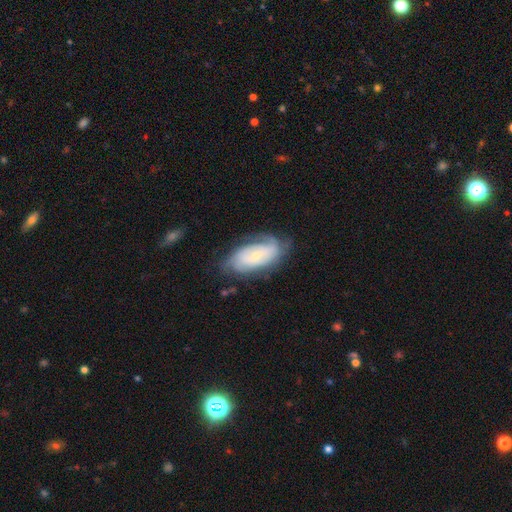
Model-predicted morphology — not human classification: featured or disk 72%, smooth 22%, star or artifact 6%. Down the decision tree: edge-on disk — no (94%); bar — no (72%); spiral arms — yes (88%); spiral arm count — can't tell (45%); spiral winding — tight (60%); bulge size — small (70%); merging — none (65%).